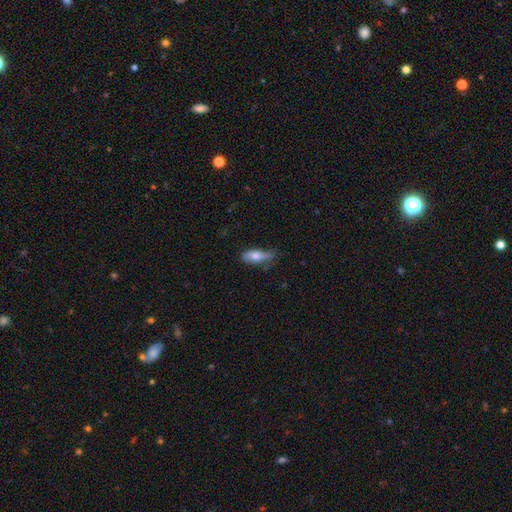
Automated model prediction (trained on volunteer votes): A smooth galaxy with no disk features (72%) that is in between round and cigar-shaped (66%). Merging: none (52%).